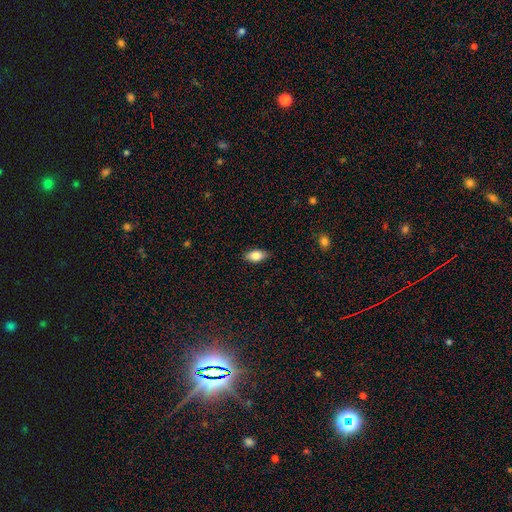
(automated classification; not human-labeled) The model was most divided on "smooth or featured": smooth: 81%, featured or disk: 11%, star or artifact: 7%. More confident: how rounded — in between (88%); merging — none (84%).